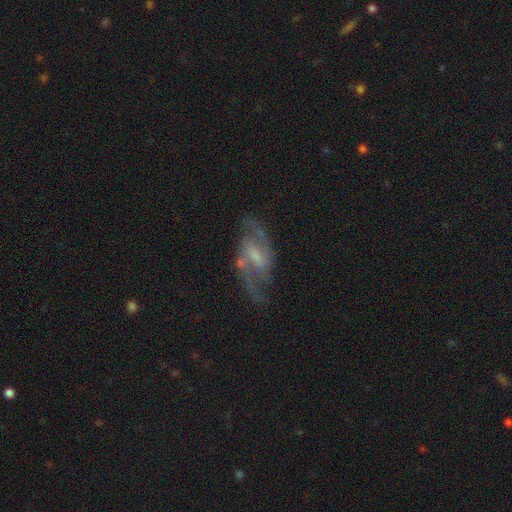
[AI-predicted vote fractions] This appears to be a featured or disk galaxy (88%) with a weak bar (55%), 2 (91%) medium (55%) spiral arms (96%) and a small central bulge (43%). Merging: none (71%).